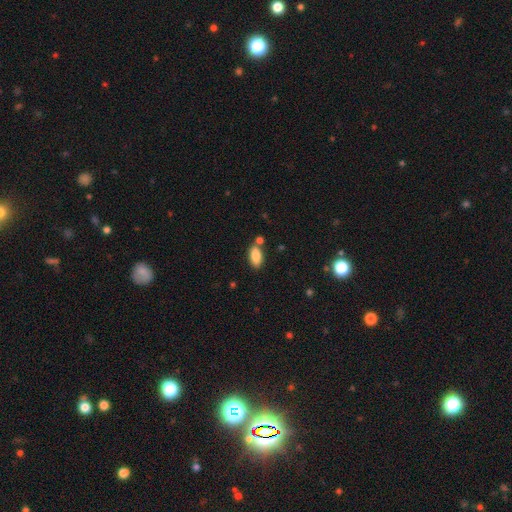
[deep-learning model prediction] Q: Smooth or featured?
A: smooth (86%); runner-up: star or artifact (8%)
Q: How rounded?
A: in between (90%); runner-up: cigar-shaped (7%)
Q: Merging?
A: none (69%); runner-up: merger (15%)